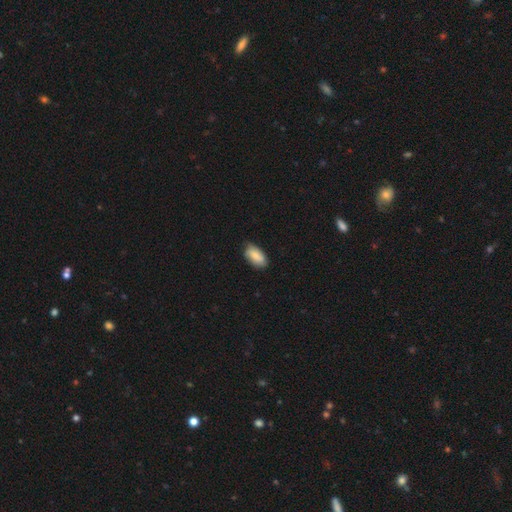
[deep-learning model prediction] smooth-or-featured: smooth: 79% | featured or disk: 15% | star or artifact: 6%
  how-rounded: in between: 93% | cigar-shaped: 5% | round: 3%
  merging: none: 75% | minor disturbance: 21% | major disturbance: 3% | merger: 1%